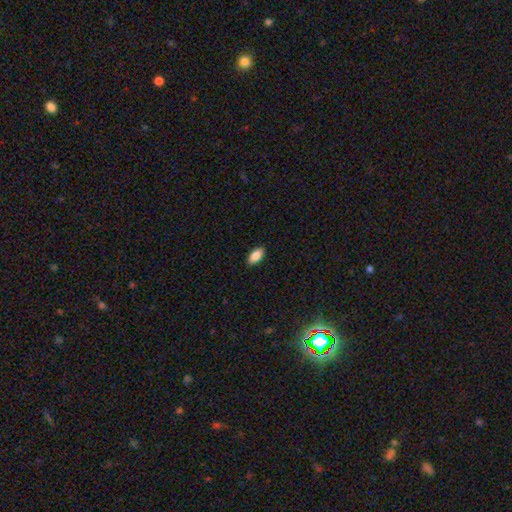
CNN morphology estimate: A smooth galaxy with no disk features (87%) that is in between round and cigar-shaped (89%). Merging: none (90%).